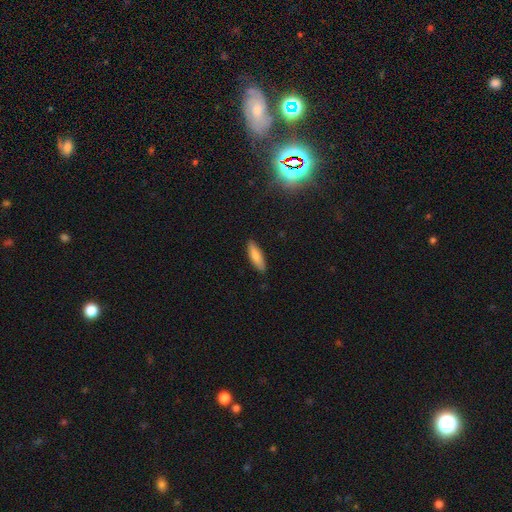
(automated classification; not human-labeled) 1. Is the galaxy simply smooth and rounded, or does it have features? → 81% smooth, 12% featured or disk, 6% star or artifact.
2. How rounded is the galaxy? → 61% cigar-shaped, 38% in between, 2% round.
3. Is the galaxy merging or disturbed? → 87% none, 10% minor disturbance, 2% major disturbance, 1% merger.